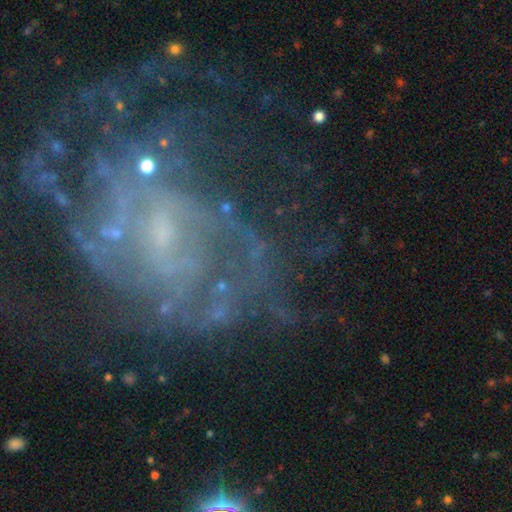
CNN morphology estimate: A featured or disk galaxy (82%) with a weak bar (45%), medium (42%) spiral arms (83%) and a small central bulge (63%).

Vote fractions:
- Smooth or featured? featured or disk: 82% / star or artifact: 11% / smooth: 7%
- Edge-on disk? no: 98% / yes: 2%
- Bar? weak: 45% / no: 44% / strong: 11%
- Spiral arms? yes: 83% / no: 17%
- Spiral winding? medium: 42% / tight: 34% / loose: 24%
- Spiral arm count? can't tell: 39% / 2: 26% / 3: 12% / 4: 8% / 1: 8% / more than 4: 7%
- Bulge size? small: 63% / moderate: 20% / none: 14% / large: 2% / dominant: 1%
- Merging? none: 51% / major disturbance: 27% / minor disturbance: 18% / merger: 5%